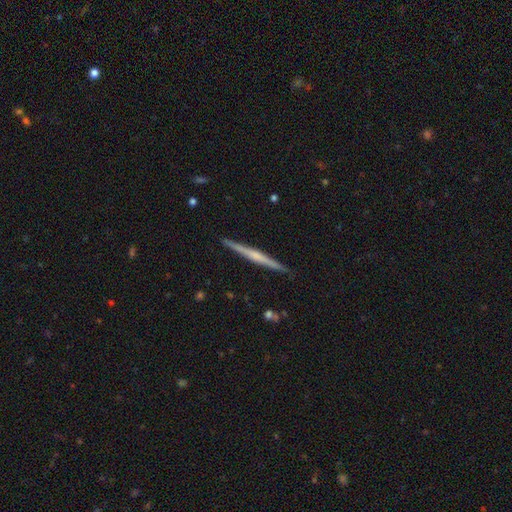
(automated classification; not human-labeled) Overall: featured or disk (68%). Edge-on disk: yes (98%). Edge-on bulge: none (46%; rounded 42%). Merging: none (92%).